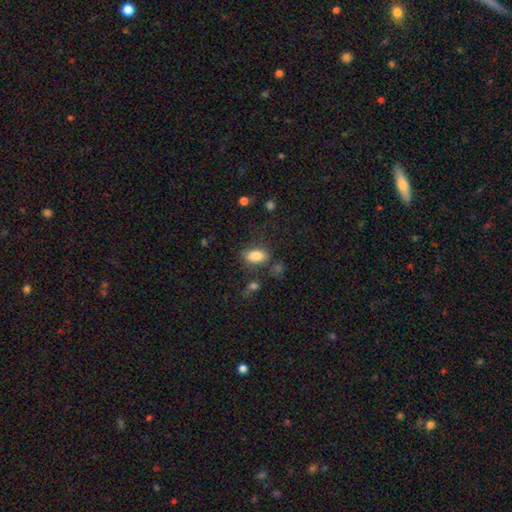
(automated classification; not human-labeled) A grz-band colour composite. It shows a smooth galaxy with no disk features (85%) that is in between round and cigar-shaped (89%). Merging: none (74%).